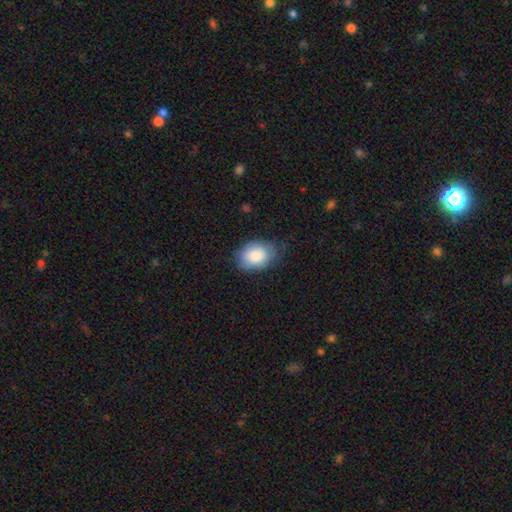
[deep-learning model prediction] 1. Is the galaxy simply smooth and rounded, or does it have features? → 86% smooth, 8% featured or disk, 6% star or artifact.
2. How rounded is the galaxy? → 78% in between, 21% round, 1% cigar-shaped.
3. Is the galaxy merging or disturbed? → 75% none, 20% minor disturbance, 4% major disturbance, 1% merger.